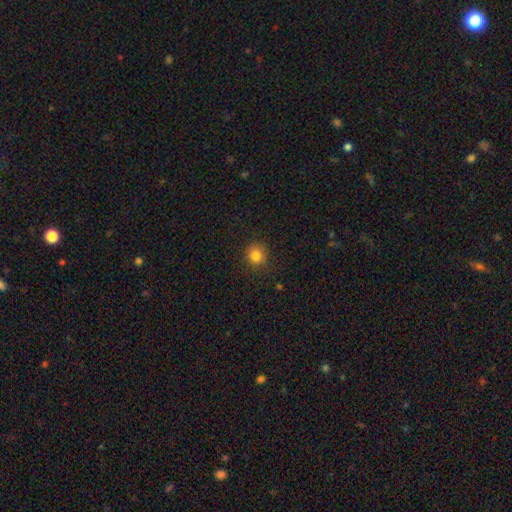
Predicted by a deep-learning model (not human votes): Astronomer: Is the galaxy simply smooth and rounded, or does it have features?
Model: smooth — 83%.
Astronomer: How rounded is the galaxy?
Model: round — 91%.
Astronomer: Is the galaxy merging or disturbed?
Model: none — 87%.